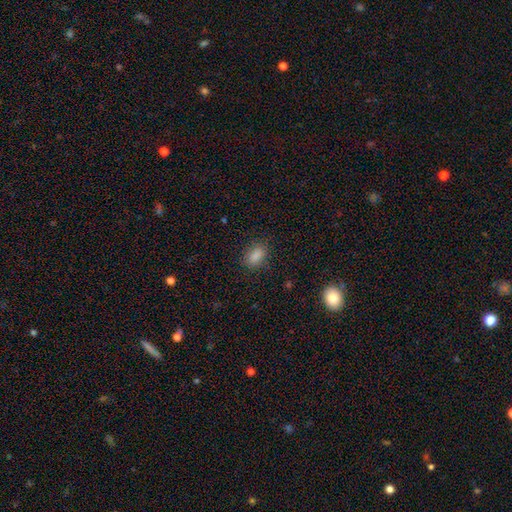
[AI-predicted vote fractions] smooth-or-featured: smooth: 84% | star or artifact: 12% | featured or disk: 5%
  how-rounded: in between: 82% | round: 15% | cigar-shaped: 3%
  merging: none: 85% | minor disturbance: 11% | major disturbance: 3% | merger: 1%